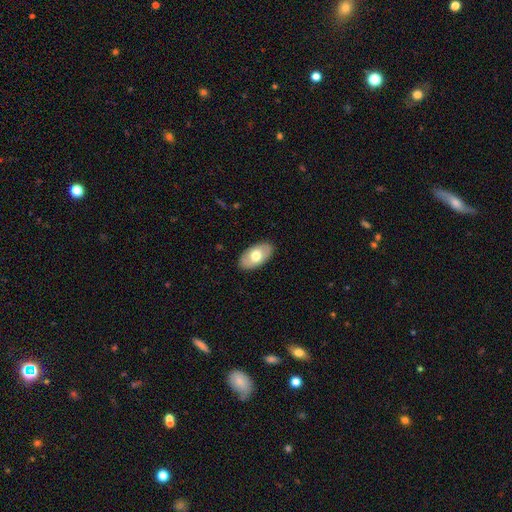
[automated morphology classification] This appears to be a smooth galaxy with no disk features (66%) that is in between round and cigar-shaped (95%). Merging: none (88%).